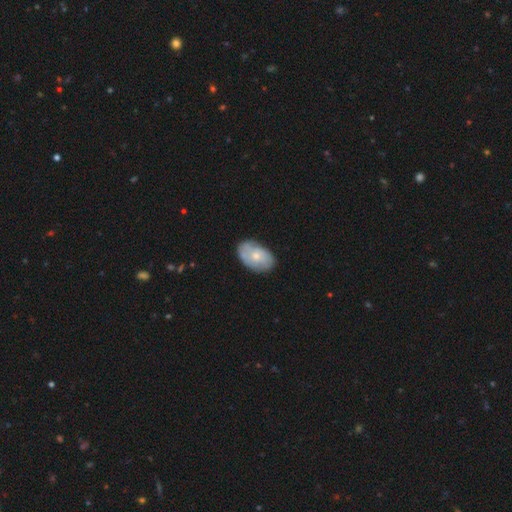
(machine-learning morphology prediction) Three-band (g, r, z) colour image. It shows a featured or disk galaxy (50%). Merging: none (72%).